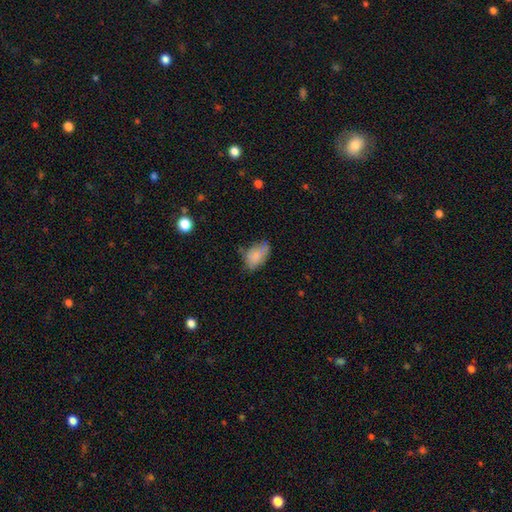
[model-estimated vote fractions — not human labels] Morphology: type=smooth (74%); roundness=in between (89%); merging=none (47%).